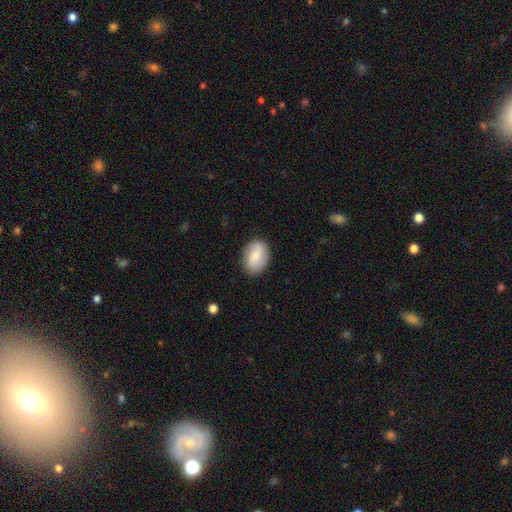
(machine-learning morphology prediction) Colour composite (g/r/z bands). It shows a smooth galaxy with no disk features (69%) that is in between round and cigar-shaped (73%). Merging: none (83%).